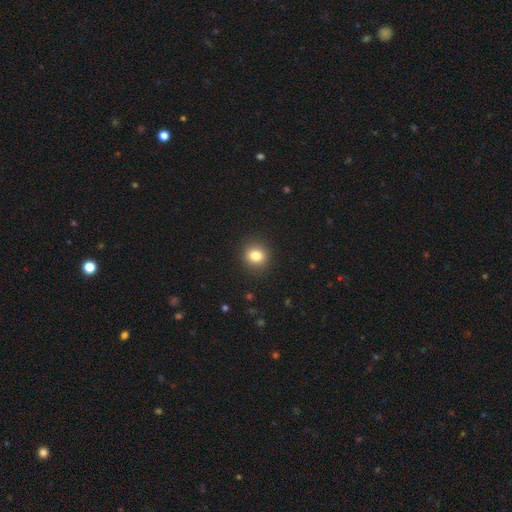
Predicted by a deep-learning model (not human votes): Smooth or featured? Predicted: smooth (p=0.82). How rounded? Predicted: round (p=0.80). Merging? Predicted: none (p=0.90).